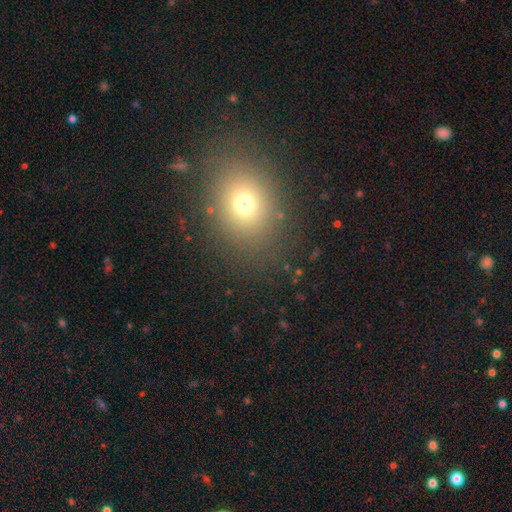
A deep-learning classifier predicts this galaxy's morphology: type=smooth (67%); roundness=in between (52%); merging=none (87%).